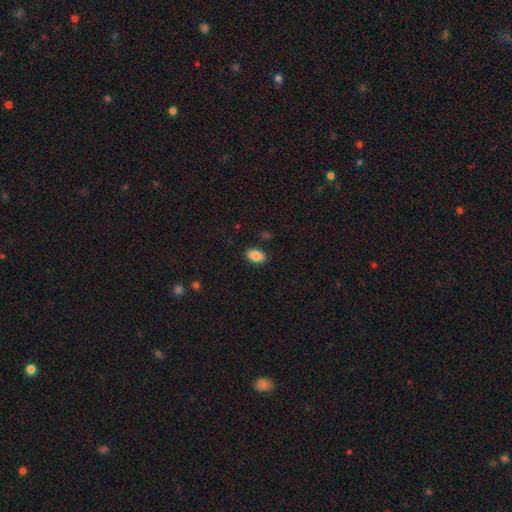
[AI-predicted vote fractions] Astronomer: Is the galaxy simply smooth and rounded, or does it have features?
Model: smooth — 88%.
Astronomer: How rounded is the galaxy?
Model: in between — 91%.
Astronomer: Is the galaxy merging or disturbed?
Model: none — 87%.